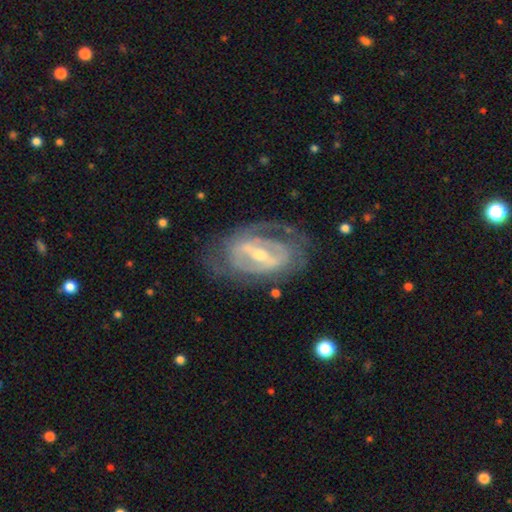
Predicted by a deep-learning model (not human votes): Overall: featured or disk (85%). Edge-on disk: no (93%). Bar: strong (60%; weak 29%). Spiral arms: yes (79%). Spiral arm count: 2 (51%; can't tell 31%). Spiral winding: tight (54%; medium 33%). Bulge size: small (57%; moderate 38%). Merging: none (70%).